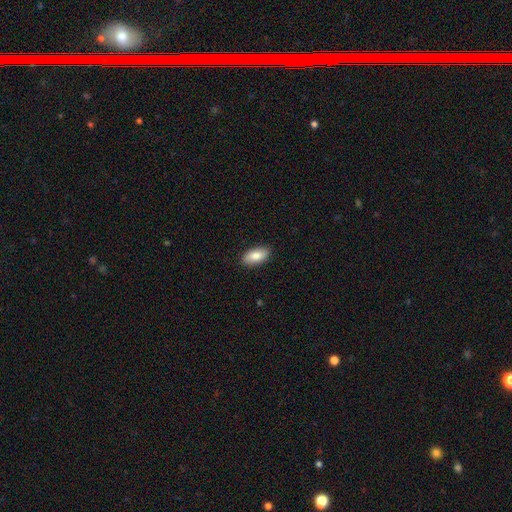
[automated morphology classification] Q: Smooth or featured?
A: smooth (84%); runner-up: featured or disk (10%)
Q: How rounded?
A: in between (92%); runner-up: cigar-shaped (5%)
Q: Merging?
A: none (88%); runner-up: minor disturbance (9%)